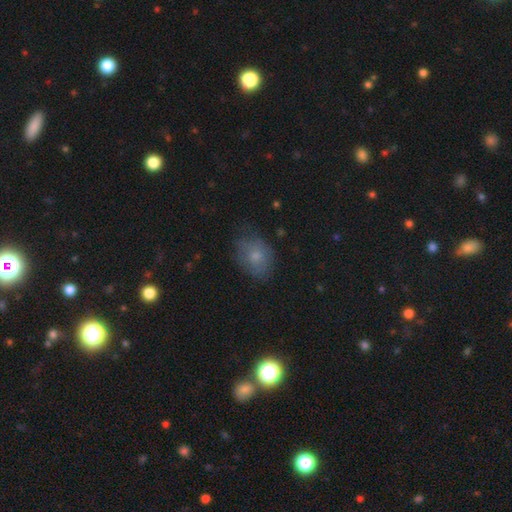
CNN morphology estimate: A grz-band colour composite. It shows a smooth galaxy with no disk features (72%) that is in between round and cigar-shaped (63%). Merging: none (63%).